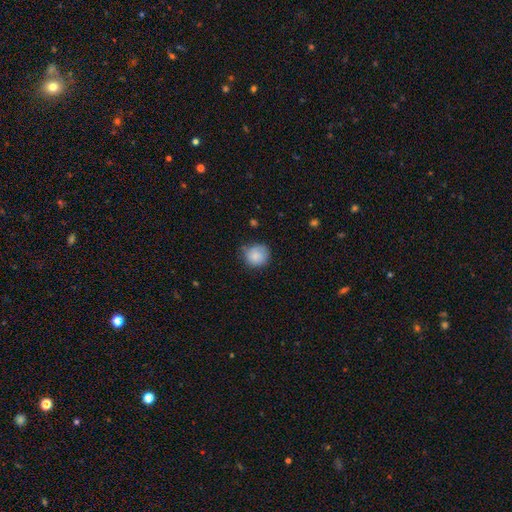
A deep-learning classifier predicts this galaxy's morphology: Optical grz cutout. It shows a smooth galaxy with no disk features (83%) that is round (86%). Merging: none (64%).